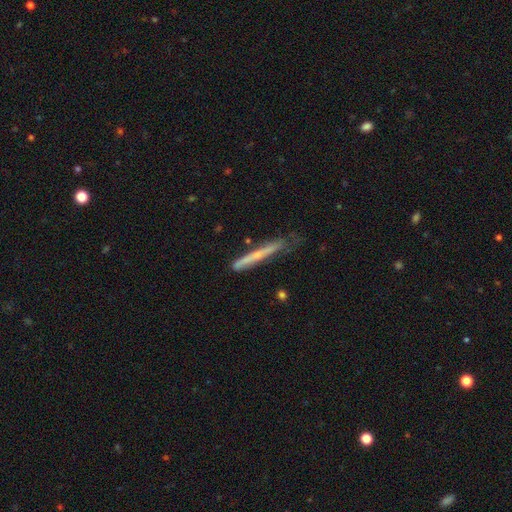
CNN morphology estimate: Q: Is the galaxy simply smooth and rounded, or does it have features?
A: featured or disk — 55%.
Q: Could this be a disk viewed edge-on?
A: yes — 90%.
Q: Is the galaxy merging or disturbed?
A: none — 59%.